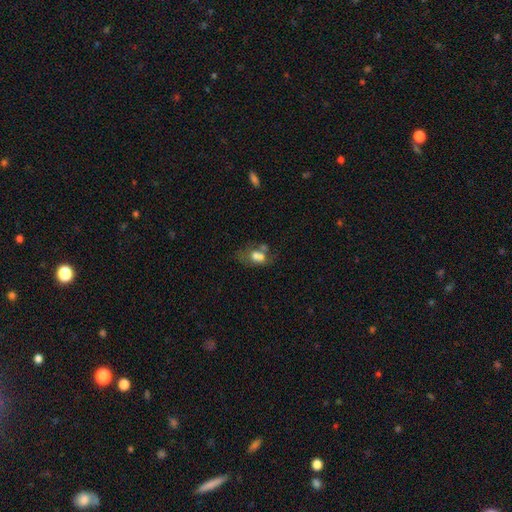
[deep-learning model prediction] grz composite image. It shows a smooth galaxy with no disk features (60%) that is in between round and cigar-shaped (71%). Merging: merger (45%).